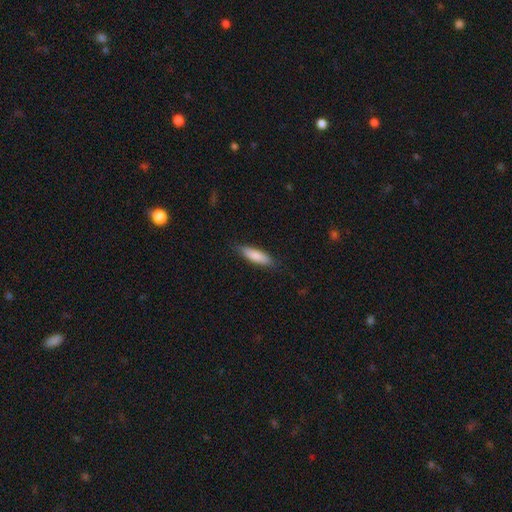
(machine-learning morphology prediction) Q: Smooth or featured?
A: smooth (83%); runner-up: featured or disk (11%)
Q: How rounded?
A: cigar-shaped (55%); runner-up: in between (43%)
Q: Merging?
A: none (84%); runner-up: minor disturbance (13%)